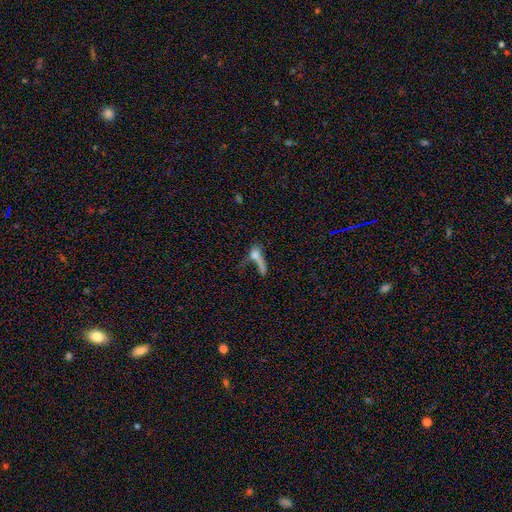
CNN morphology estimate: A smooth galaxy with no disk features (55%) that is cigar-shaped (40%).

Vote fractions:
- Smooth or featured? smooth: 55% / featured or disk: 31% / star or artifact: 14%
- How rounded? cigar-shaped: 40% / in between: 39% / round: 21%
- Merging? merger: 35% / major disturbance: 32% / none: 22% / minor disturbance: 11%